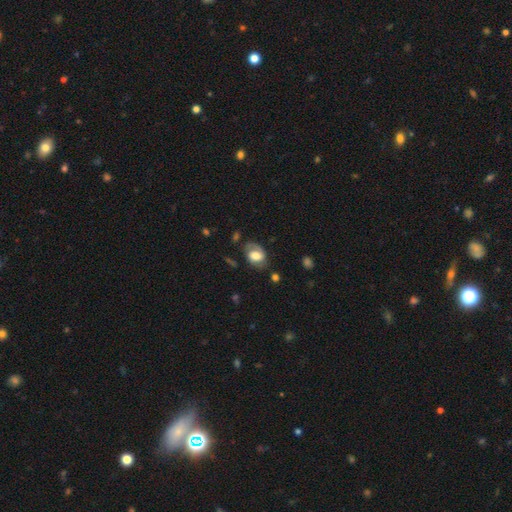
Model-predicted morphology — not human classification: Overall: smooth (51%; featured or disk 42%). How rounded: in between (75%). Merging: none (58%; minor disturbance 25%).